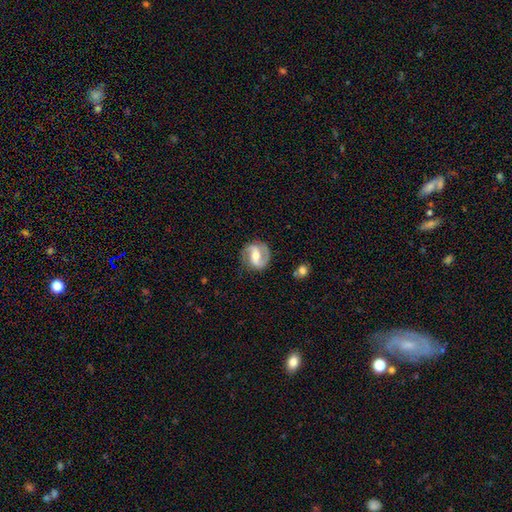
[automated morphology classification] The model was most divided on "bar": weak: 41%, strong: 40%, no: 20%. More confident: edge-on disk — no (98%); spiral arms — yes (95%); spiral arm count — 2 (89%); smooth or featured — featured or disk (84%); merging — none (81%); bulge size — moderate (64%); spiral winding — medium (52%).